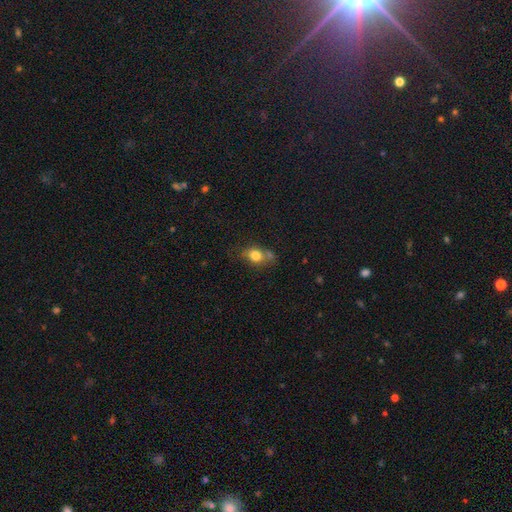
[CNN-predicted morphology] smooth-or-featured: smooth: 79% | featured or disk: 11% | star or artifact: 10%
  how-rounded: in between: 58% | round: 40% | cigar-shaped: 2%
  merging: none: 51% | minor disturbance: 22% | merger: 19% | major disturbance: 7%